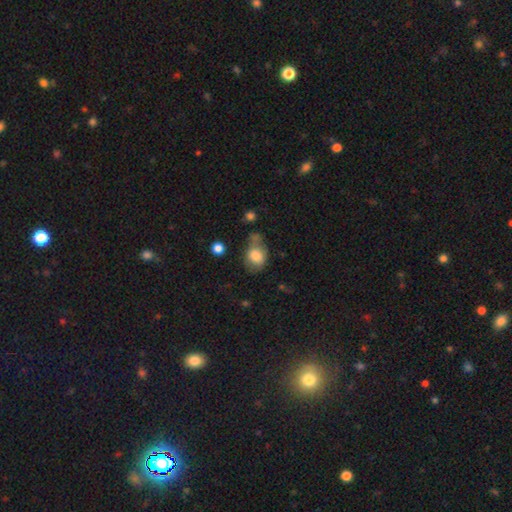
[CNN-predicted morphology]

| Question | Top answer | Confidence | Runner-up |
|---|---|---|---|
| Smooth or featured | smooth | 79% | featured or disk (13%) |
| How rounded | in between | 59% | round (40%) |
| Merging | none | 42% | minor disturbance (28%) |